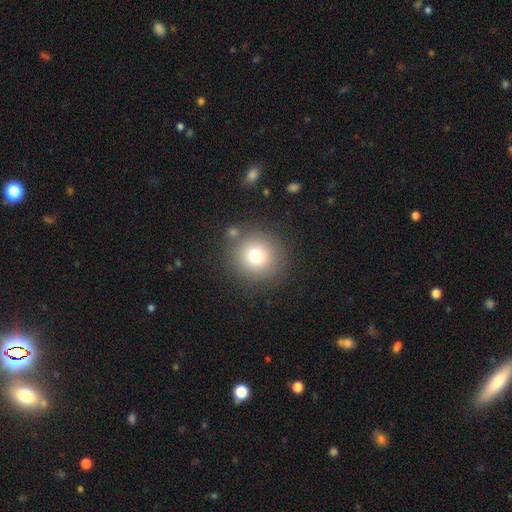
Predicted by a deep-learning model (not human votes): A smooth galaxy with no disk features (74%) that is round (94%). Merging: none (82%).